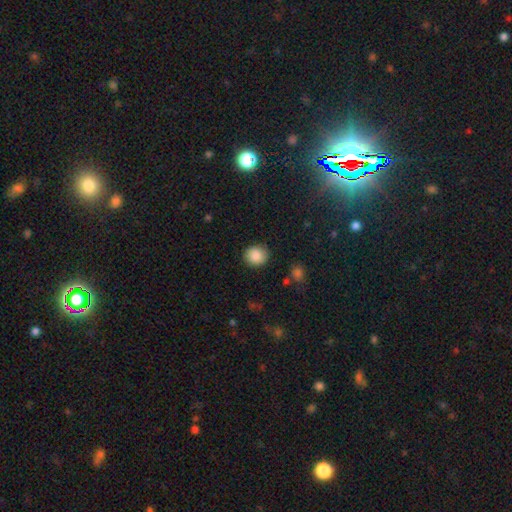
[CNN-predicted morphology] smooth_or_featured: smooth (p=0.87) [alt: star or artifact p=0.08]
how_rounded: round (p=0.83) [alt: in between p=0.16]
merging: none (p=0.85) [alt: minor disturbance p=0.11]